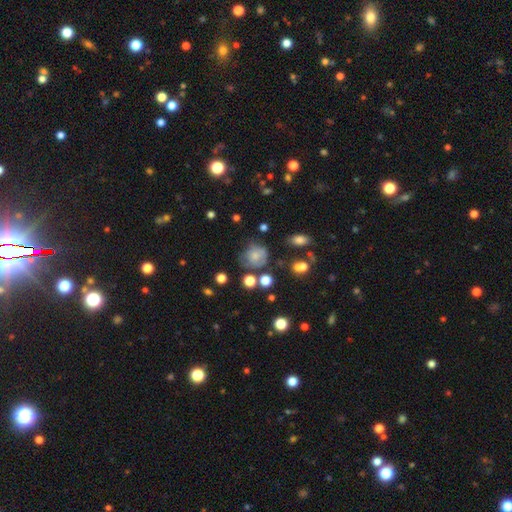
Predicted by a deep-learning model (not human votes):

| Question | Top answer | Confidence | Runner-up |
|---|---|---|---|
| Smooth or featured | smooth | 60% | featured or disk (26%) |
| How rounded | round | 76% | in between (23%) |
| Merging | none | 50% | minor disturbance (28%) |